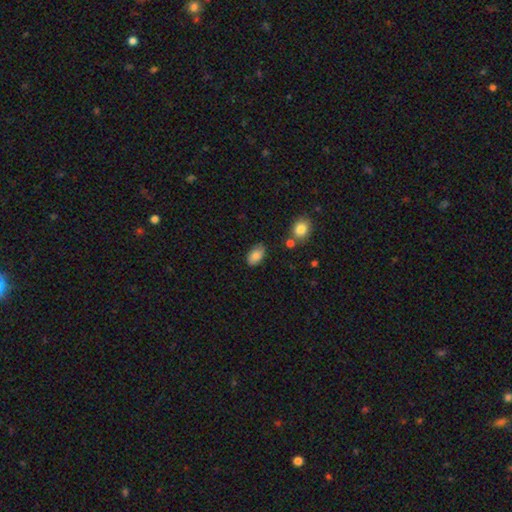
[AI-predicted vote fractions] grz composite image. It shows a smooth galaxy with no disk features (81%) that is in between round and cigar-shaped (92%). Merging: none (79%).